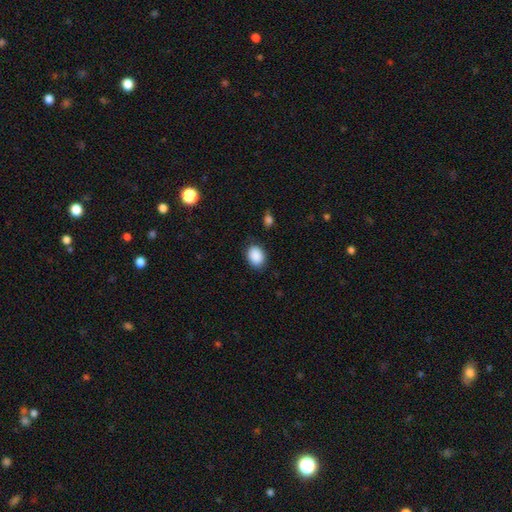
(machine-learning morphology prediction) This appears to be a smooth galaxy with no disk features (89%) that is in between round and cigar-shaped (64%). Merging: none (84%).